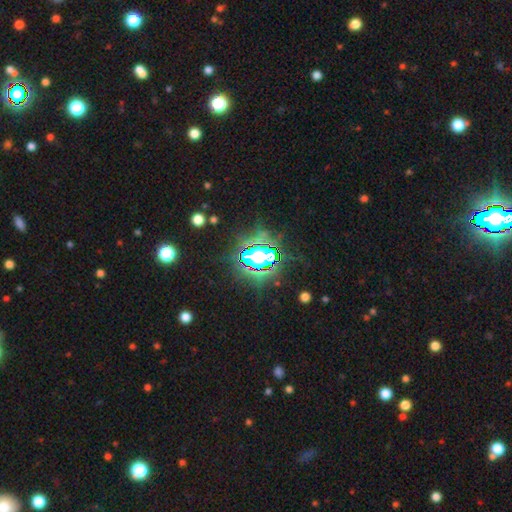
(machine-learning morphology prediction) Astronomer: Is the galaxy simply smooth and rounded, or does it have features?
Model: star or artifact — 81%.